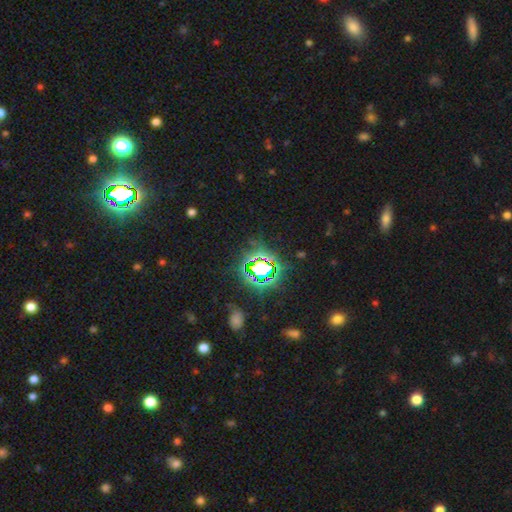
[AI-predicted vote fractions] smooth-or-featured: star or artifact: 80% | smooth: 13% | featured or disk: 7%